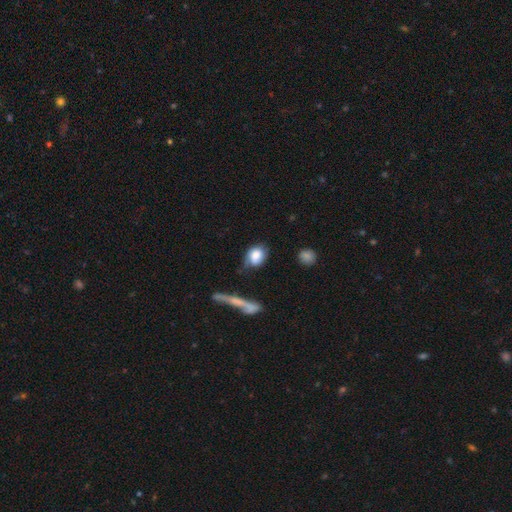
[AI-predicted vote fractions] A smooth galaxy with no disk features (76%) that is round (49%, tied with in between). Merging: none (51%).